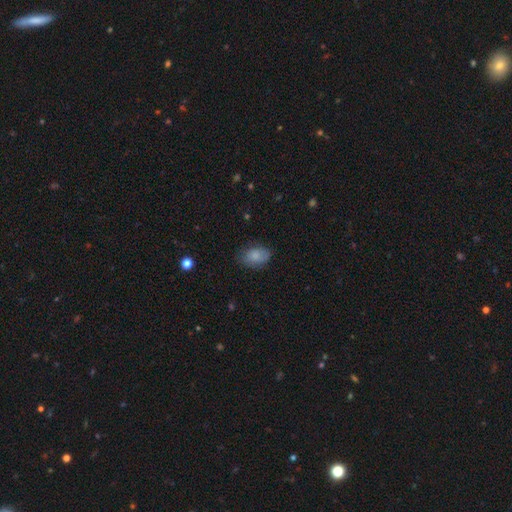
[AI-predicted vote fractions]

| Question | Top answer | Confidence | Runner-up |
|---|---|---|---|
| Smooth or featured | smooth | 81% | featured or disk (11%) |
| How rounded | in between | 86% | round (12%) |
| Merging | none | 72% | minor disturbance (21%) |